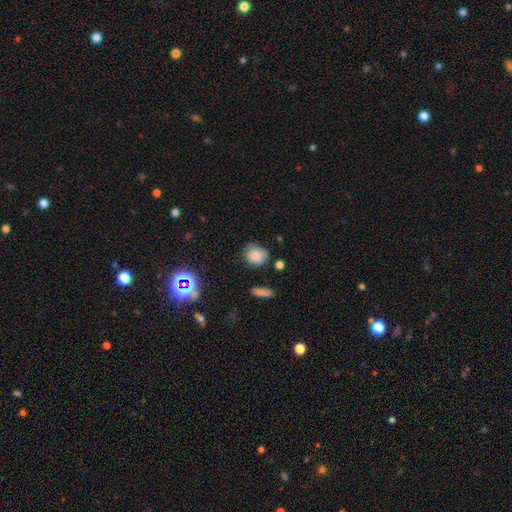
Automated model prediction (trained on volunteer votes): Smooth or featured?
  - smooth: 78% *
  - star or artifact: 13%
  - featured or disk: 9%
How rounded?
  - round: 66% *
  - in between: 32%
  - cigar-shaped: 1%
Merging?
  - none: 67% *
  - minor disturbance: 23%
  - major disturbance: 5%
  - merger: 4%